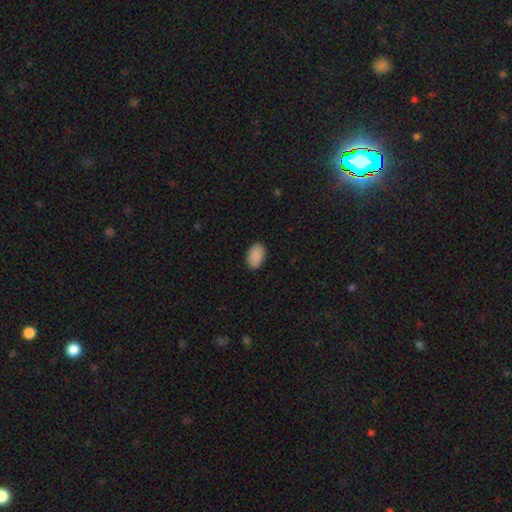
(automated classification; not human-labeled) Overall: smooth (90%). How rounded: in between (90%). Merging: none (88%).